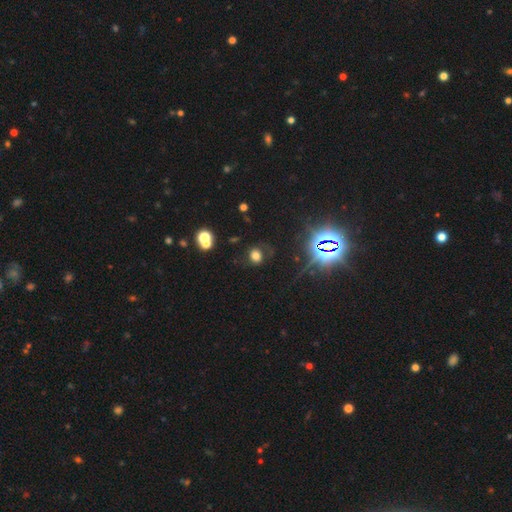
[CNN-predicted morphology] Smooth or featured?
  - smooth: 63% *
  - star or artifact: 24%
  - featured or disk: 13%
How rounded?
  - round: 65% *
  - in between: 34%
  - cigar-shaped: 1%
Merging?
  - none: 71% *
  - minor disturbance: 16%
  - major disturbance: 9%
  - merger: 4%